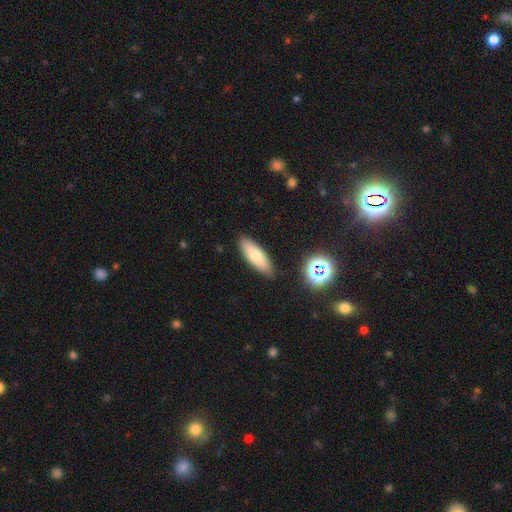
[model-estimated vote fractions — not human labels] The model was most divided on "how rounded": in between: 57%, cigar-shaped: 41%, round: 2%. More confident: merging — none (86%); smooth or featured — smooth (75%).